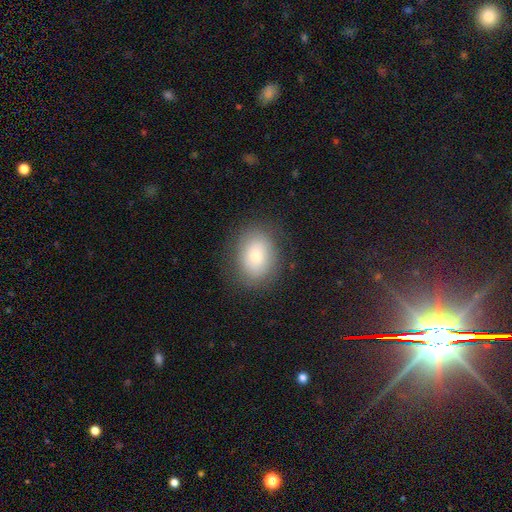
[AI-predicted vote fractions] Smooth or featured: smooth — 73% (featured or disk — 18%)
How rounded: in between — 65% (round — 34%)
Merging: none — 82% (minor disturbance — 12%)